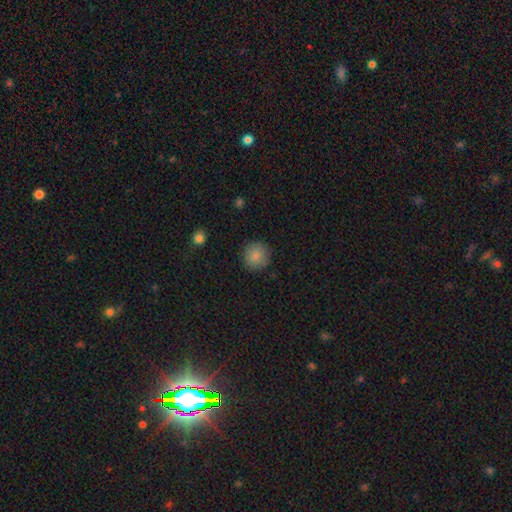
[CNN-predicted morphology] smooth 86%, star or artifact 9%, featured or disk 6%. Down the decision tree: how rounded — round (92%); merging — none (87%).